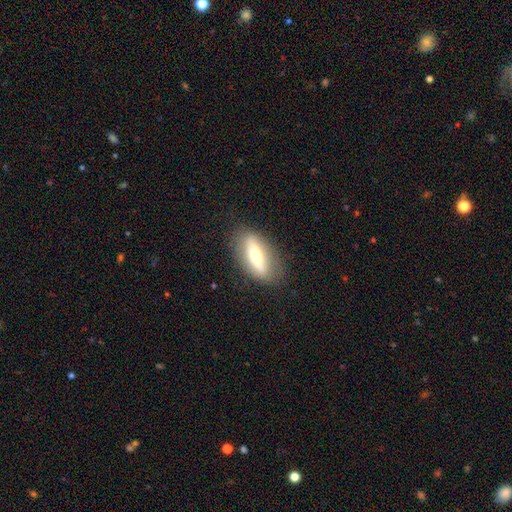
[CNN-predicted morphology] Smooth or featured: smooth — 49% (featured or disk — 44%)
Merging: none — 80% (minor disturbance — 14%)